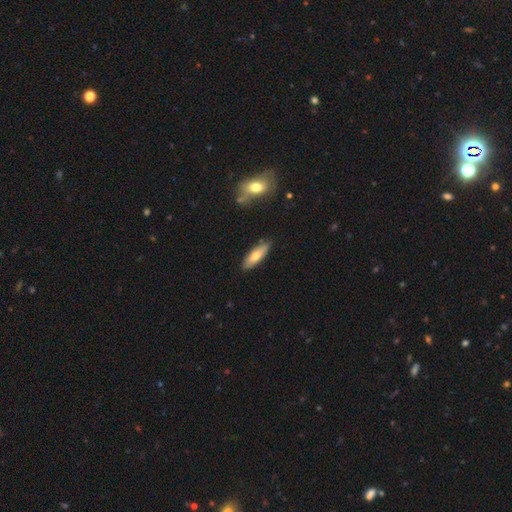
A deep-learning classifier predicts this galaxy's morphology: type=smooth (71%); roundness=in between (52%); merging=none (85%).